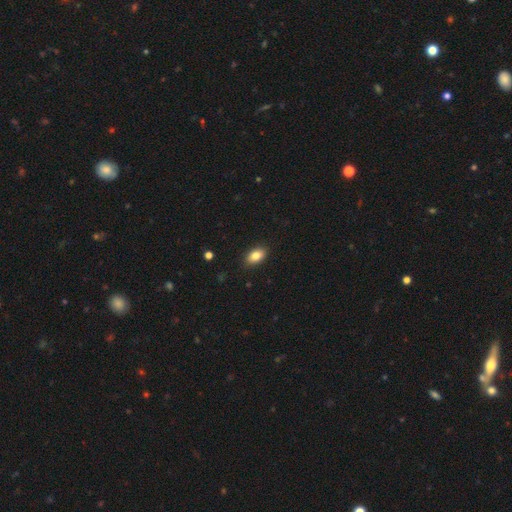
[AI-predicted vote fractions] smooth-or-featured: smooth: 84% | star or artifact: 8% | featured or disk: 8%
  how-rounded: in between: 89% | round: 9% | cigar-shaped: 2%
  merging: none: 88% | minor disturbance: 9% | major disturbance: 2% | merger: 1%